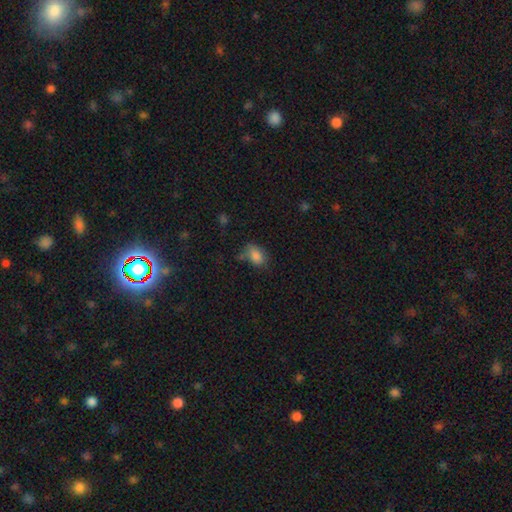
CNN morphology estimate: Smooth or featured?
  - smooth: 84% *
  - star or artifact: 10%
  - featured or disk: 6%
How rounded?
  - in between: 85% *
  - round: 13%
  - cigar-shaped: 2%
Merging?
  - none: 57% *
  - minor disturbance: 28%
  - major disturbance: 9%
  - merger: 7%